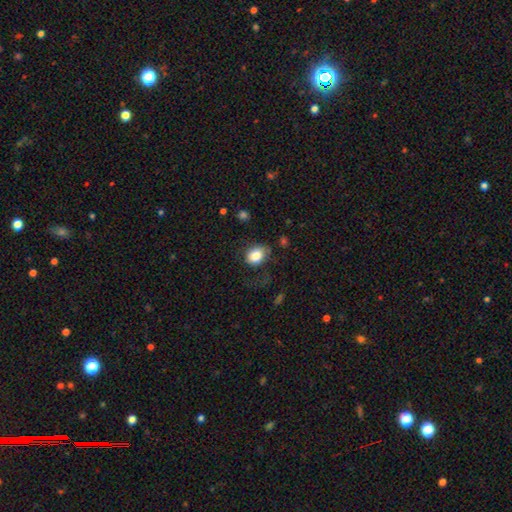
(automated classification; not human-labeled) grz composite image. It shows a smooth galaxy with no disk features (83%) that is in between round and cigar-shaped (52%). Merging: none (64%).